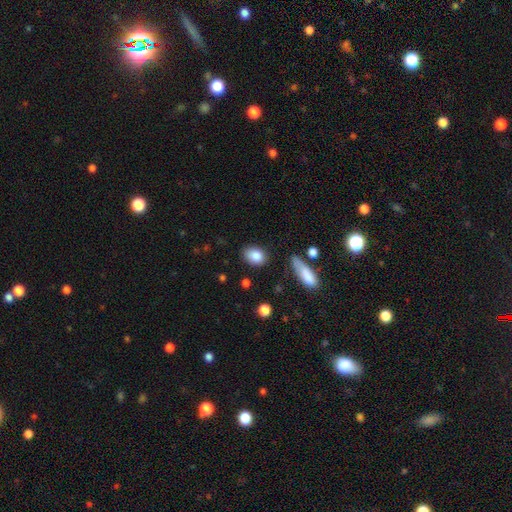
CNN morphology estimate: A smooth galaxy with no disk features (85%) that is in between round and cigar-shaped (73%).

Vote fractions:
- Smooth or featured? smooth: 85% / star or artifact: 8% / featured or disk: 7%
- How rounded? in between: 73% / round: 24% / cigar-shaped: 2%
- Merging? none: 77% / minor disturbance: 16% / major disturbance: 4% / merger: 3%